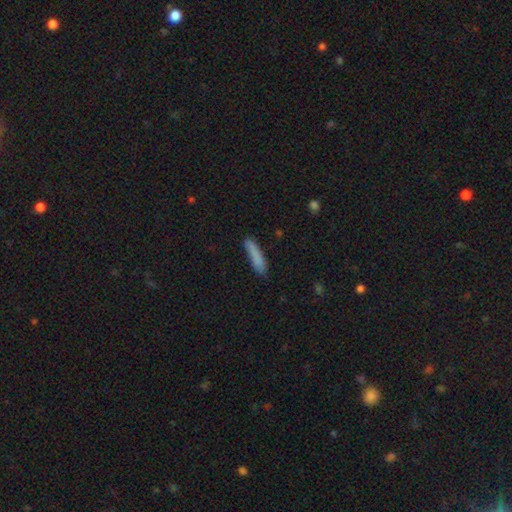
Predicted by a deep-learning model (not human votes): Smooth or featured: smooth — 83% (featured or disk — 10%)
How rounded: cigar-shaped — 84% (in between — 15%)
Merging: none — 76% (minor disturbance — 18%)